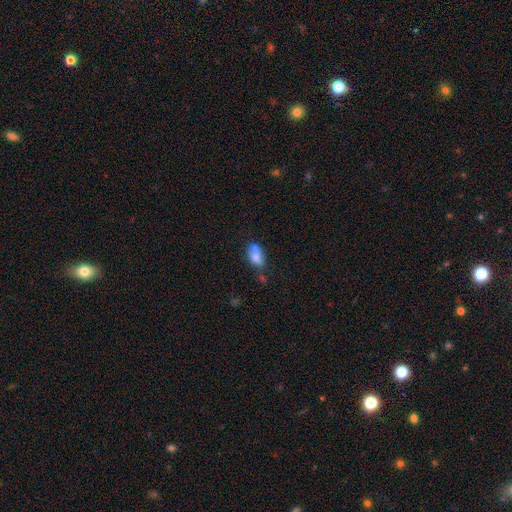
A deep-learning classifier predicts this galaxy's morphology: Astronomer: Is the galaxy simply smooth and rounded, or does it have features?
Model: smooth — 71%.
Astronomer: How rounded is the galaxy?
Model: in between — 81%.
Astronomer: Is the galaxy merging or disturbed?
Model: none — 36% (runner-up: merger, 35%).